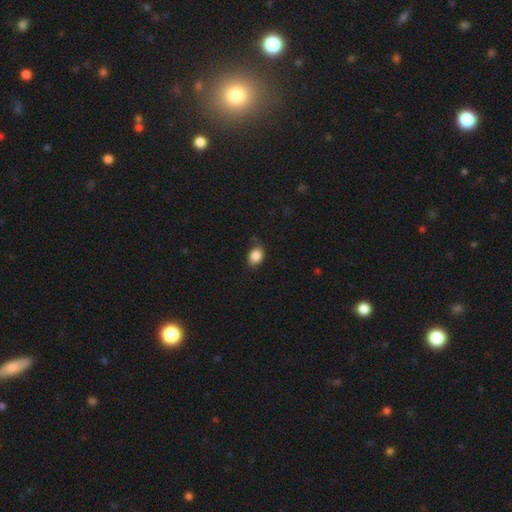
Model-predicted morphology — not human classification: The model was most divided on "how rounded": in between: 61%, round: 38%, cigar-shaped: 1%. More confident: smooth or featured — smooth (87%); merging — none (69%).